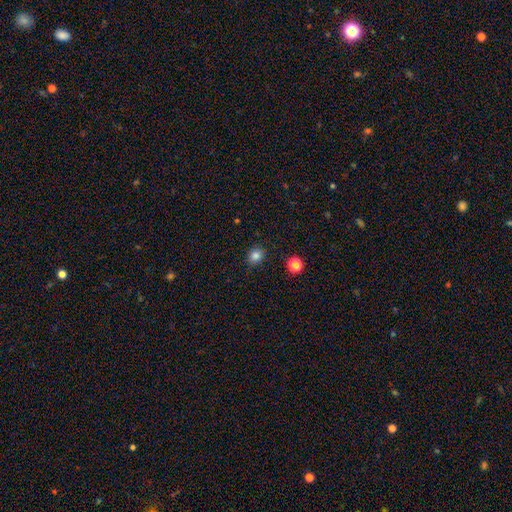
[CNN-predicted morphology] smooth_or_featured: smooth (p=0.82) [alt: star or artifact p=0.13]
how_rounded: round (p=0.65) [alt: in between p=0.34]
merging: none (p=0.88) [alt: minor disturbance p=0.08]